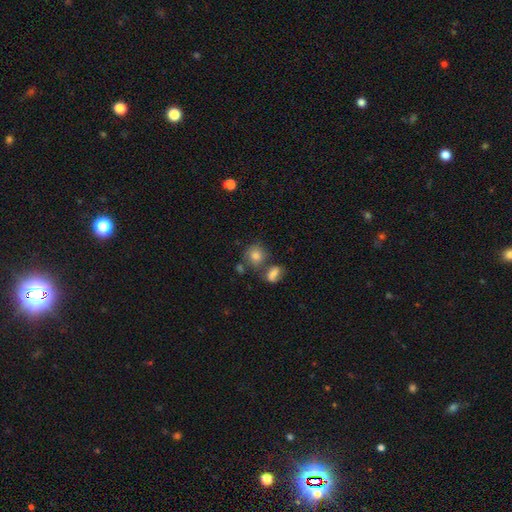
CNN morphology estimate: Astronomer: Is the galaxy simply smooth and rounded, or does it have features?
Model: smooth — 79%.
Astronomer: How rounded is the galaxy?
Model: round — 72%.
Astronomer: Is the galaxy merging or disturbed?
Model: none — 54%.